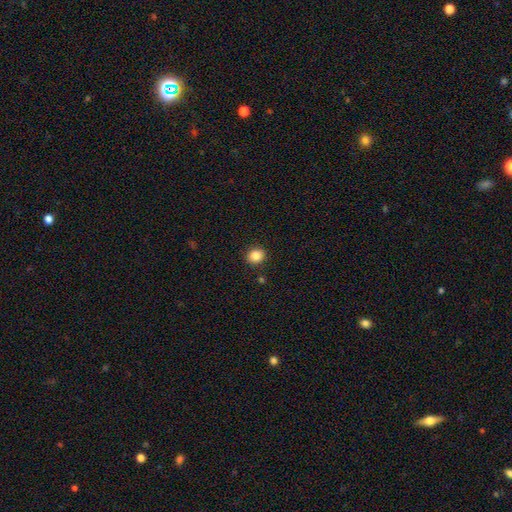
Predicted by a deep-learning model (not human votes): Smooth or featured? Predicted: smooth (p=0.86). How rounded? Predicted: round (p=0.77). Merging? Predicted: none (p=0.90).